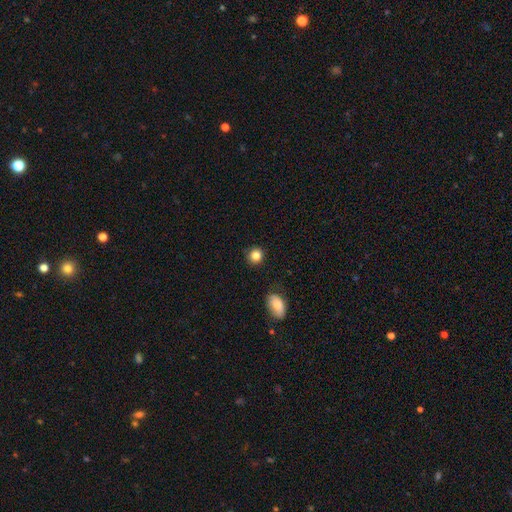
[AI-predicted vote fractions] The model was most divided on "smooth or featured": smooth: 84%, star or artifact: 10%, featured or disk: 5%. More confident: merging — none (88%); how rounded — round (87%).